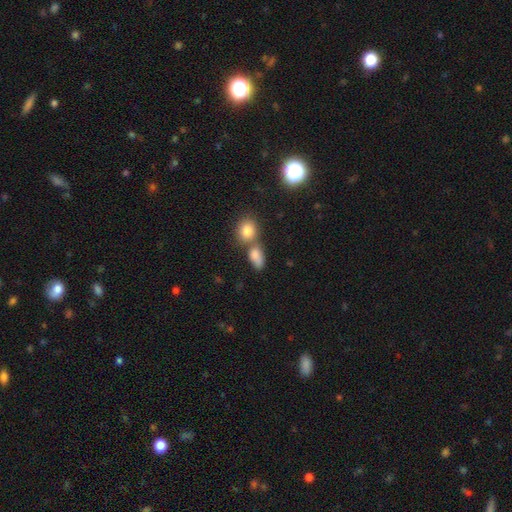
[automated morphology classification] A smooth galaxy with no disk features (83%) that is in between round and cigar-shaped (78%). Merging: merger (46%).